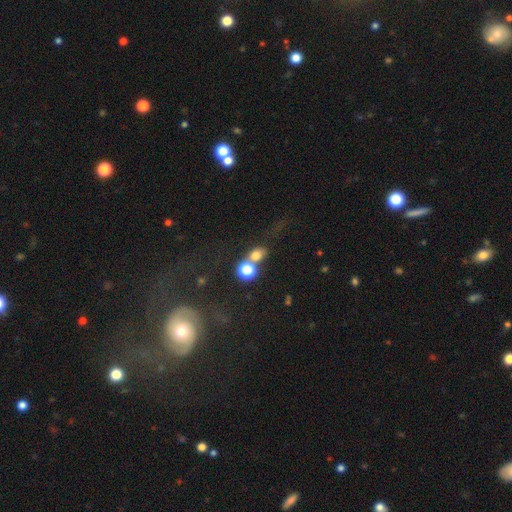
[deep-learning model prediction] A smooth galaxy with no disk features (72%) that is round (55%). Merging: merger (44%).